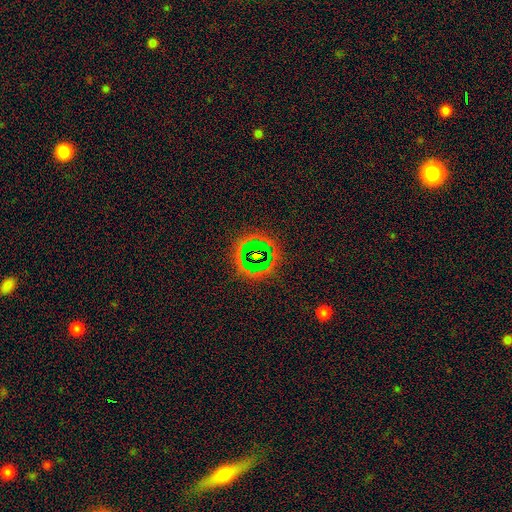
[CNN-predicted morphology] star or artifact 66%, smooth 20%, featured or disk 15%.